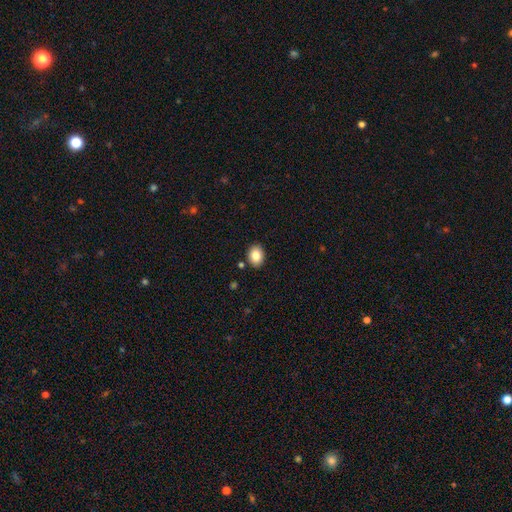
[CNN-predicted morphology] The model was most divided on "how rounded": in between: 68%, round: 31%, cigar-shaped: 1%. More confident: merging — none (87%); smooth or featured — smooth (85%).